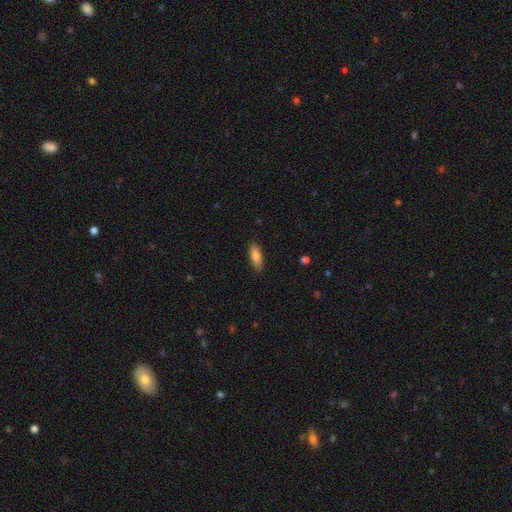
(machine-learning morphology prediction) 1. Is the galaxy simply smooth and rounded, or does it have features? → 84% smooth, 9% featured or disk, 7% star or artifact.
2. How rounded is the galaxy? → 68% in between, 30% cigar-shaped, 2% round.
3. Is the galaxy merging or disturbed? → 86% none, 11% minor disturbance, 2% major disturbance, 1% merger.